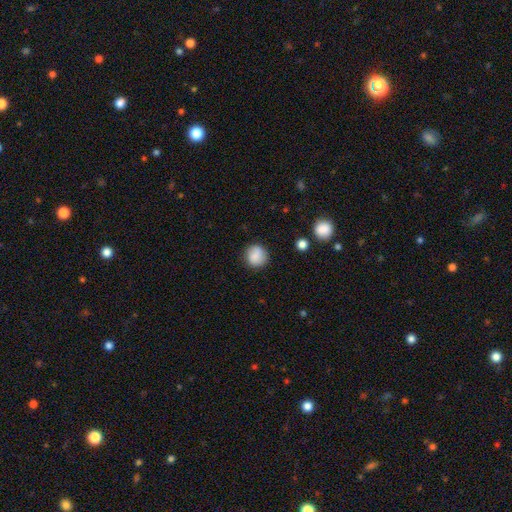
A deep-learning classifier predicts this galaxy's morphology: smooth 86%, star or artifact 9%, featured or disk 6%. Down the decision tree: how rounded — round (91%); merging — none (86%).